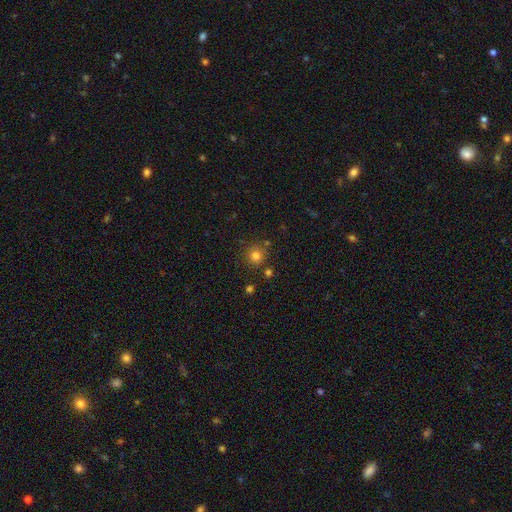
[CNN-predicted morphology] Smooth or featured? smooth (80%)
How rounded? round (91%)
Merging? none (79%)